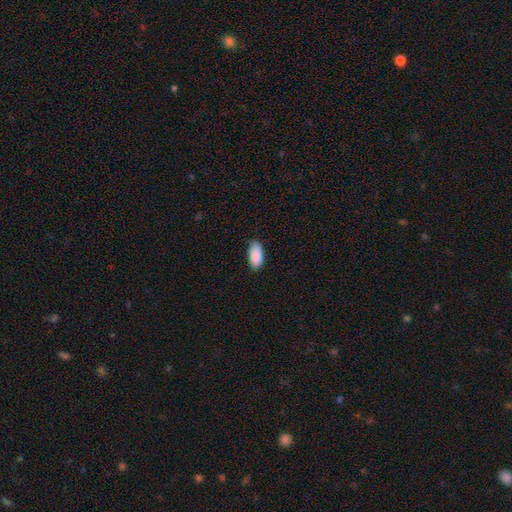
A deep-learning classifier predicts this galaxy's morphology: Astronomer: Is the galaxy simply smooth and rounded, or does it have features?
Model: smooth — 90%.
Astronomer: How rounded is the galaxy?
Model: in between — 92%.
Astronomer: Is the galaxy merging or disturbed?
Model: none — 83%.